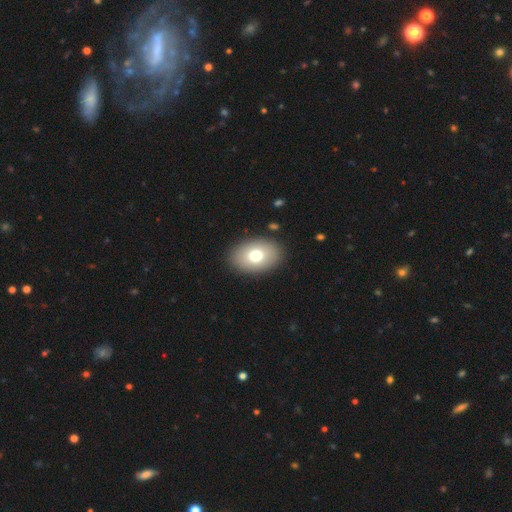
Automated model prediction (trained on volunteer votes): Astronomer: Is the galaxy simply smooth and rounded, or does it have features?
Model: smooth — 74%.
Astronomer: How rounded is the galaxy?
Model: in between — 85%.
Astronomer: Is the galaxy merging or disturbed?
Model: none — 89%.